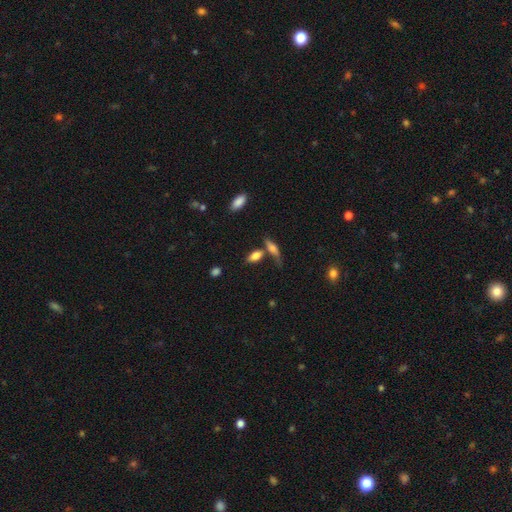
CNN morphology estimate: The model was most divided on "merging": none: 52%, merger: 28%, minor disturbance: 14%, major disturbance: 6%. More confident: how rounded — in between (82%); smooth or featured — smooth (78%).